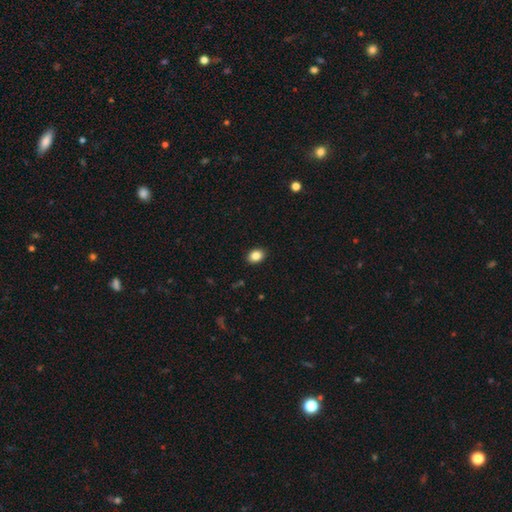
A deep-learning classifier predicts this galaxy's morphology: A smooth galaxy with no disk features (86%) that is in between round and cigar-shaped (66%).

Vote fractions:
- Smooth or featured? smooth: 86% / star or artifact: 9% / featured or disk: 5%
- How rounded? in between: 66% / round: 33% / cigar-shaped: 1%
- Merging? none: 90% / minor disturbance: 7% / major disturbance: 2% / merger: 1%